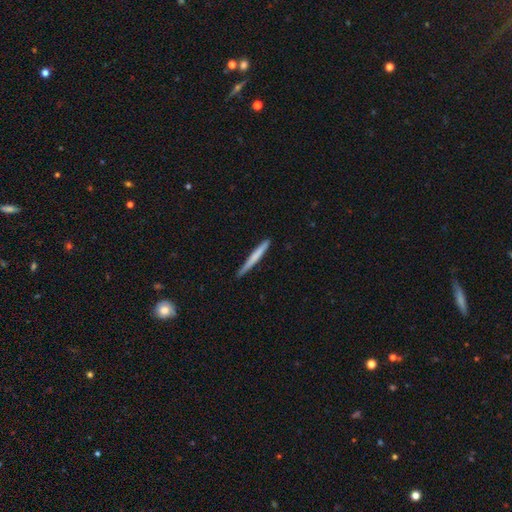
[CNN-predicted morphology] Smooth or featured: smooth — 65% (featured or disk — 30%)
How rounded: cigar-shaped — 97% (in between — 2%)
Merging: none — 88% (minor disturbance — 10%)